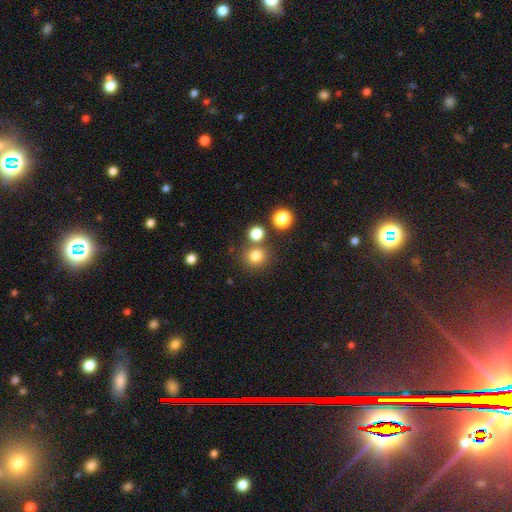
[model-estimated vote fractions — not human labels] Smooth or featured? Predicted: smooth (p=0.79). How rounded? Predicted: round (p=0.91). Merging? Predicted: none (p=0.76).